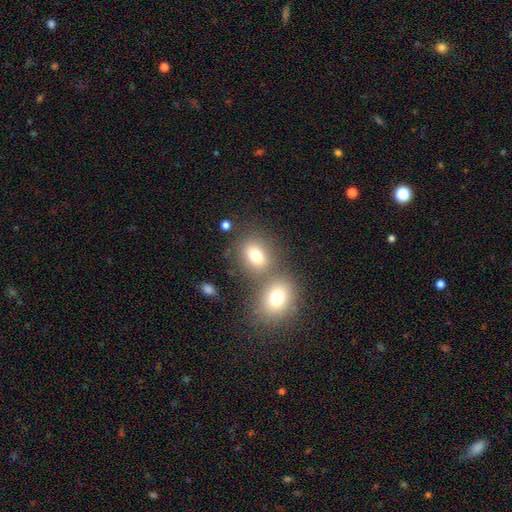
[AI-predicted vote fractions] This appears to be a smooth galaxy with no disk features (76%) that is in between round and cigar-shaped (54%). Merging: none (50%).